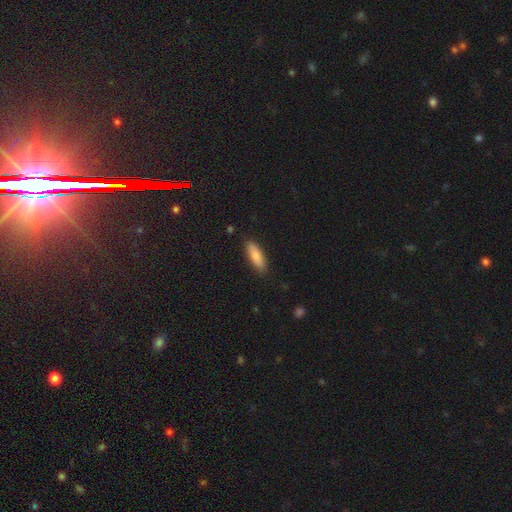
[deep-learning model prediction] Morphology: type=smooth (83%); roundness=in between (53%); merging=none (87%).